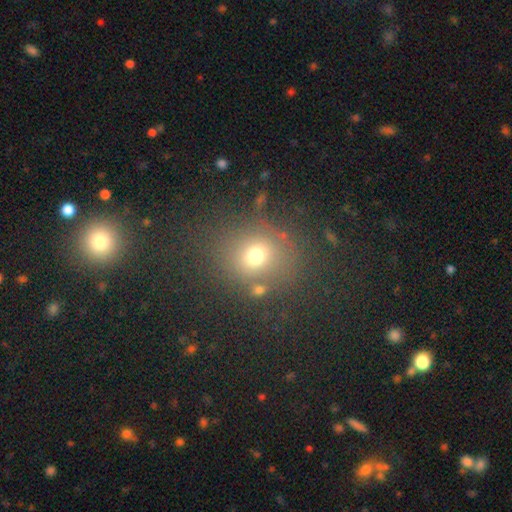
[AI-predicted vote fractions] Smooth or featured? smooth (70%)
How rounded? round (77%)
Merging? none (74%)